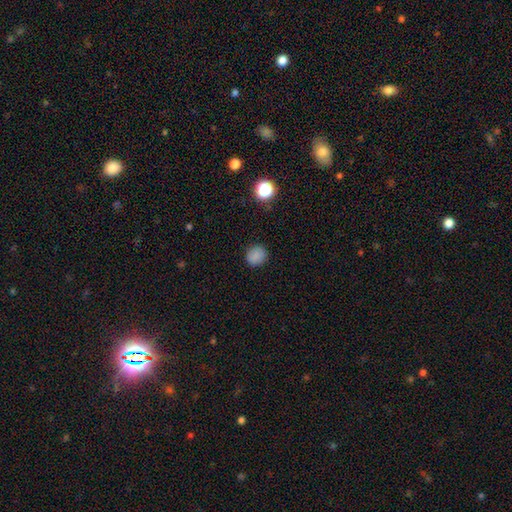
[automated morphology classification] Smooth or featured? smooth (84%)
How rounded? round (86%)
Merging? none (89%)